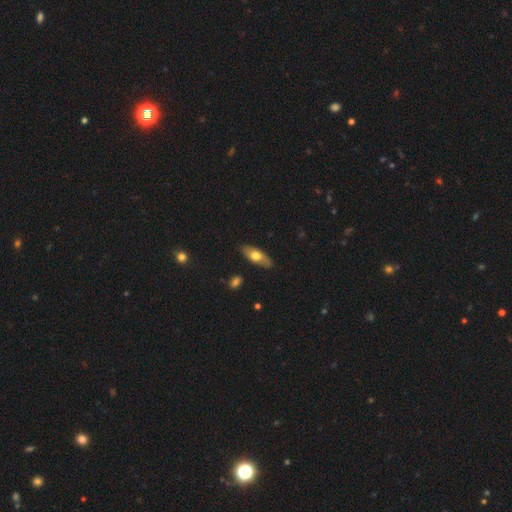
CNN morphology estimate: smooth 63%, featured or disk 32%, star or artifact 6%. Down the decision tree: how rounded — in between (73%); merging — none (85%).